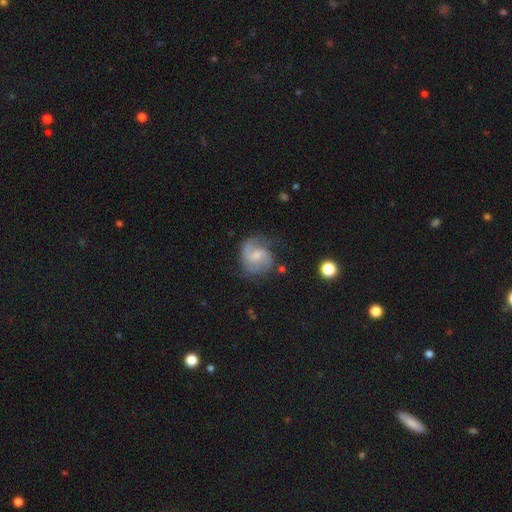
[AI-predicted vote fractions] Smooth or featured? Predicted: featured or disk (p=0.74). Edge-on disk? Predicted: no (p=0.98). Bar? Predicted: weak (p=0.53). Spiral arms? Predicted: yes (p=0.94). Spiral winding? Predicted: medium (p=0.51). Spiral arm count? Predicted: 2 (p=0.77). Bulge size? Predicted: small (p=0.39). Merging? Predicted: none (p=0.63).